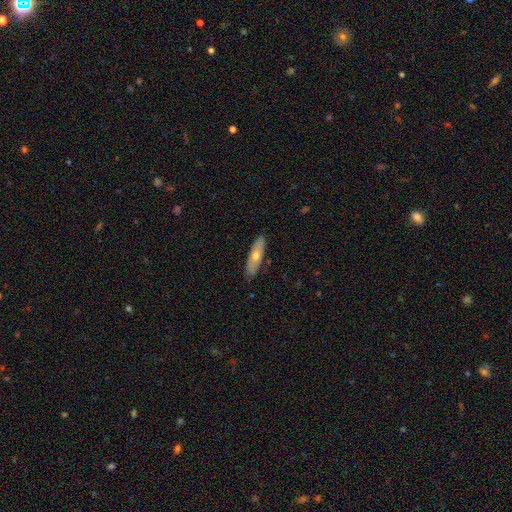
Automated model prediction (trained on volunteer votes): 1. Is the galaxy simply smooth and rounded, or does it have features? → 53% smooth, 41% featured or disk, 6% star or artifact.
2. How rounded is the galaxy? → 55% cigar-shaped, 42% in between, 2% round.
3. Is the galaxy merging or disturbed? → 87% none, 10% minor disturbance, 2% major disturbance, 1% merger.